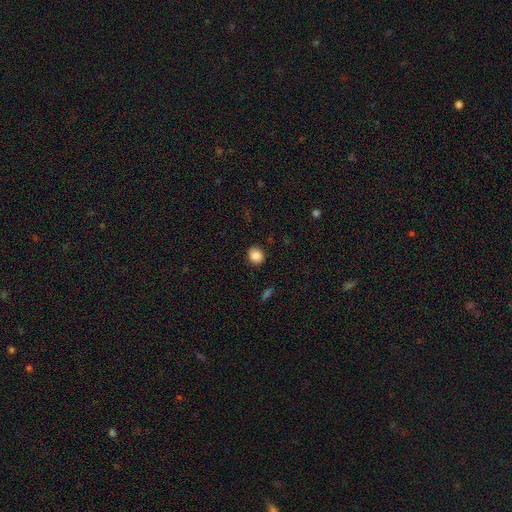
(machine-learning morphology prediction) Smooth or featured? smooth (87%)
How rounded? round (79%)
Merging? none (87%)